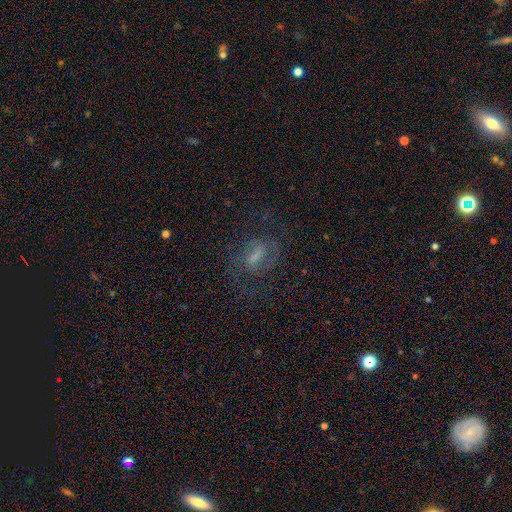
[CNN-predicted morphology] Smooth or featured? featured or disk (59%)
Edge-on disk? no (92%)
Bar? weak (44%)
Spiral arms? yes (74%)
Bulge size? moderate (30%, tied with none)
Merging? none (59%)